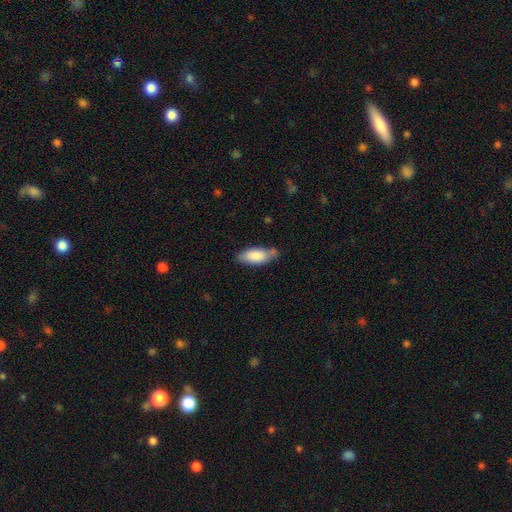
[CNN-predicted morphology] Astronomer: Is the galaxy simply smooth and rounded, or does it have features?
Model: smooth — 84%.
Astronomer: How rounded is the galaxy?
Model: in between — 80%.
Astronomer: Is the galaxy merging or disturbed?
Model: none — 63%.